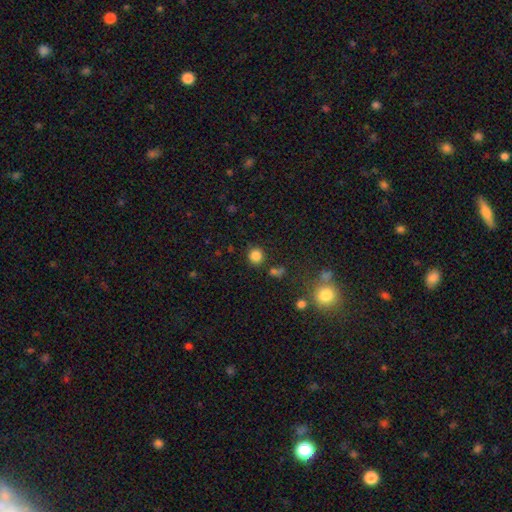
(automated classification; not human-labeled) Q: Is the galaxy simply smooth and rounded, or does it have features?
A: smooth — 81%.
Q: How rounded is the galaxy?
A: round — 91%.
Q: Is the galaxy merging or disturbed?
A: none — 83%.